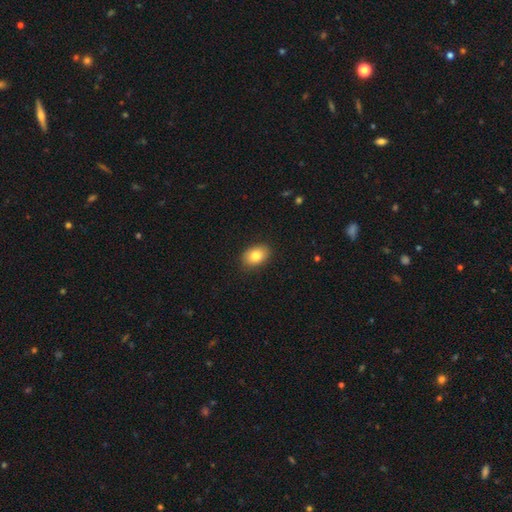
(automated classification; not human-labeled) This appears to be a smooth galaxy with no disk features (82%) that is in between round and cigar-shaped (80%). Merging: none (88%).